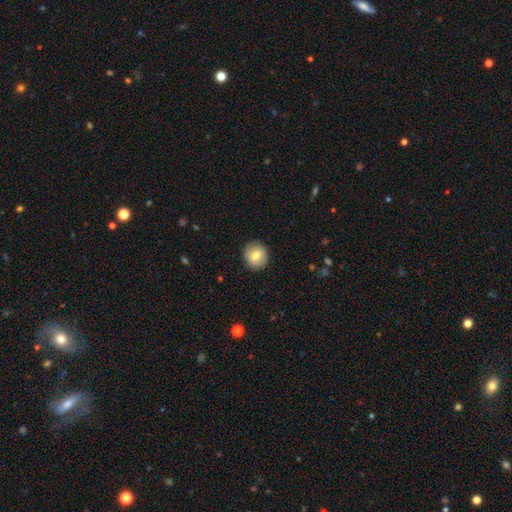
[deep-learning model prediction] smooth 76%, featured or disk 16%, star or artifact 8%. Down the decision tree: how rounded — round (91%); merging — none (90%).